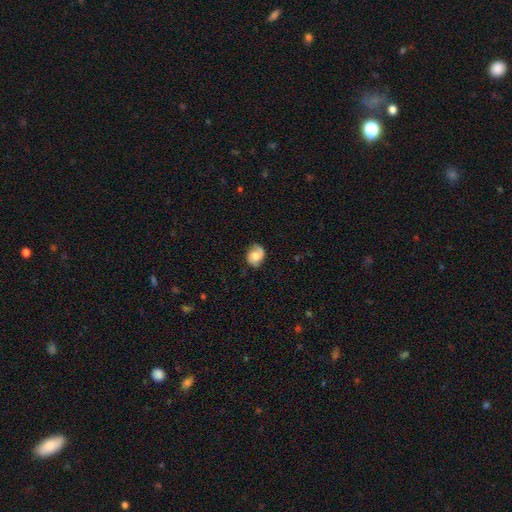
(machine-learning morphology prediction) featured or disk 48%, smooth 43%, star or artifact 8%. Down the decision tree: merging — none (66%).